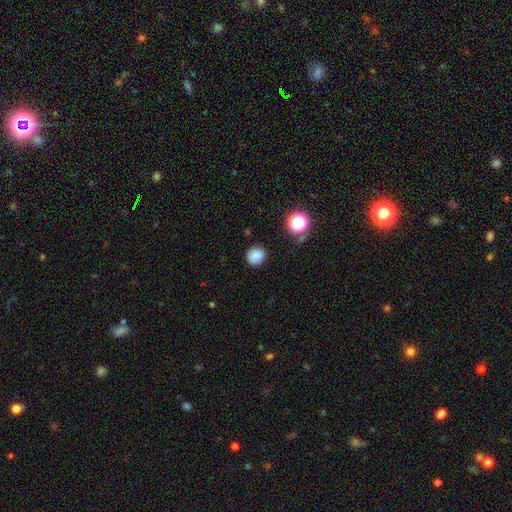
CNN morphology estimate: This is clearly a smooth galaxy (81%). How rounded: clearly round (88%). Merging: clearly none (82%).